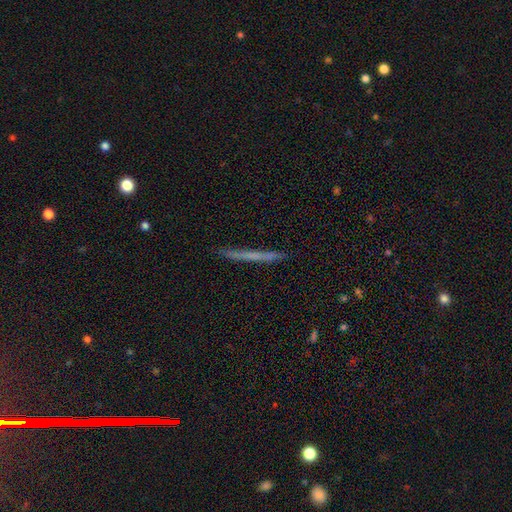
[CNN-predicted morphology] Smooth or featured: smooth — 53% (featured or disk — 40%)
How rounded: cigar-shaped — 96% (in between — 2%)
Merging: none — 87% (minor disturbance — 9%)